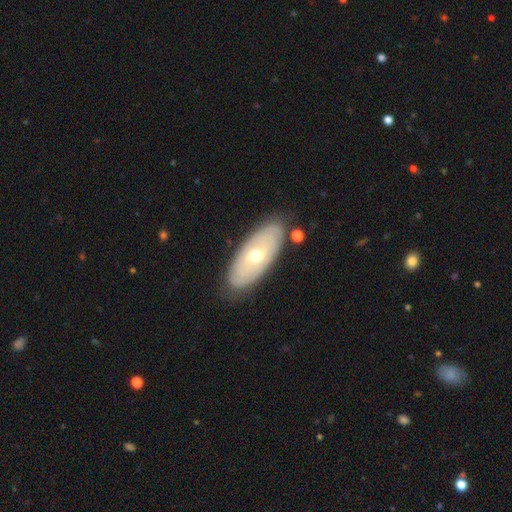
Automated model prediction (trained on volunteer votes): This appears to be a featured or disk galaxy (63%) with no bar (74%), spiral arms (52%) and a moderate central bulge (63%). Merging: none (81%).